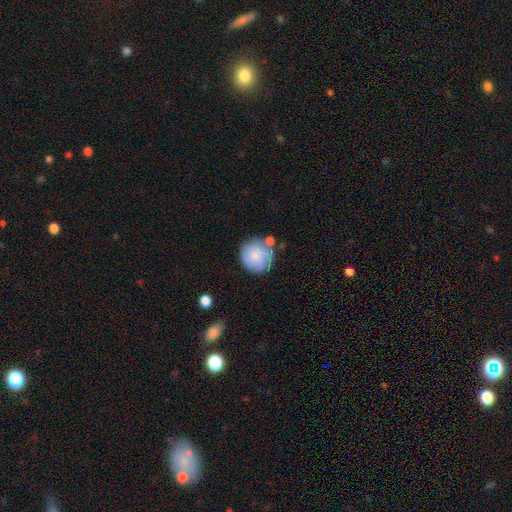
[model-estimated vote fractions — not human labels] Smooth or featured? Predicted: smooth (p=0.66). How rounded? Predicted: round (p=0.91). Merging? Predicted: none (p=0.65).